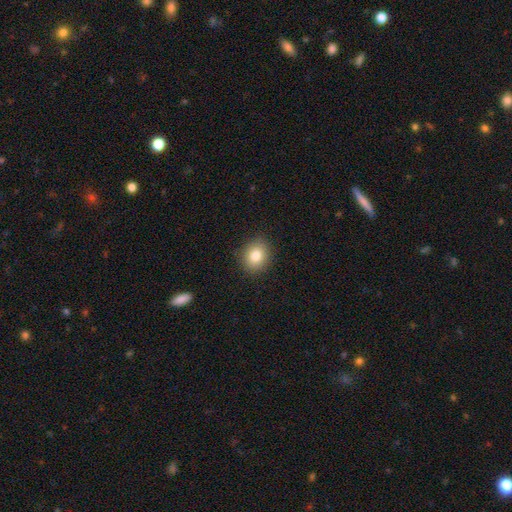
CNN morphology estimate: Smooth or featured? smooth (82%)
How rounded? round (67%)
Merging? none (89%)